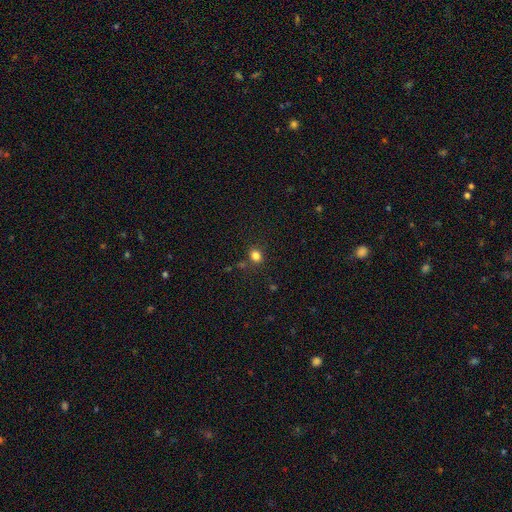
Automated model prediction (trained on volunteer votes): Smooth or featured: smooth — 82% (star or artifact — 13%)
How rounded: round — 59% (in between — 40%)
Merging: none — 80% (minor disturbance — 12%)